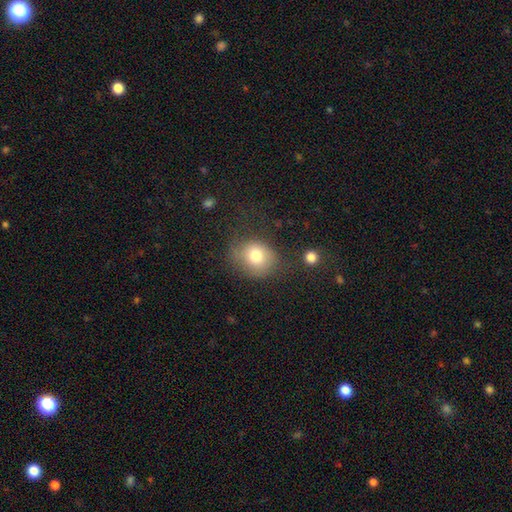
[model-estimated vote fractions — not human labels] The model was most divided on "merging": none: 59%, minor disturbance: 23%, major disturbance: 14%, merger: 4%. More confident: smooth or featured — smooth (75%); how rounded — round (71%).